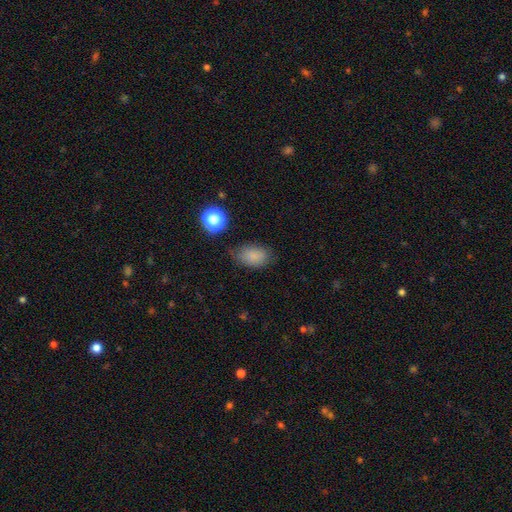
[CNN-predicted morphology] type=smooth (81%); roundness=in between (84%); merging=none (74%).